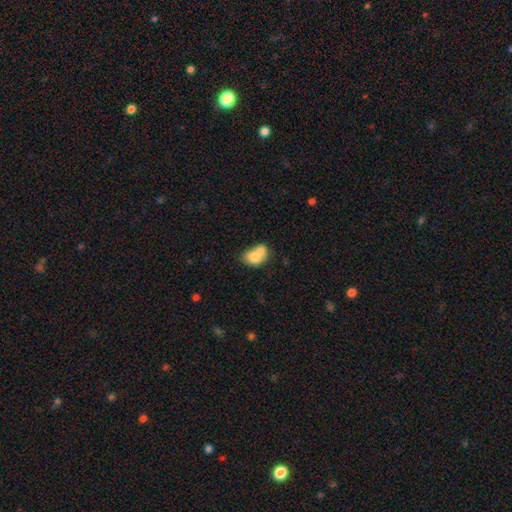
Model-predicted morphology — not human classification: Smooth or featured?
  - smooth: 72% *
  - featured or disk: 20%
  - star or artifact: 8%
How rounded?
  - in between: 60% *
  - round: 39%
  - cigar-shaped: 1%
Merging?
  - merger: 65% *
  - none: 23%
  - minor disturbance: 8%
  - major disturbance: 4%